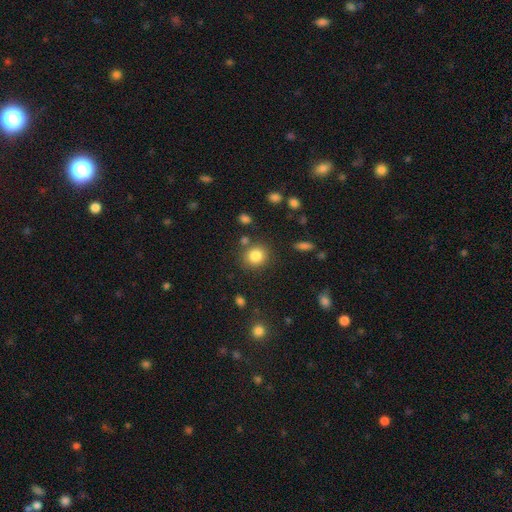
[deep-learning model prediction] Q: Smooth or featured?
A: smooth (84%); runner-up: star or artifact (10%)
Q: How rounded?
A: round (80%); runner-up: in between (19%)
Q: Merging?
A: none (80%); runner-up: minor disturbance (10%)